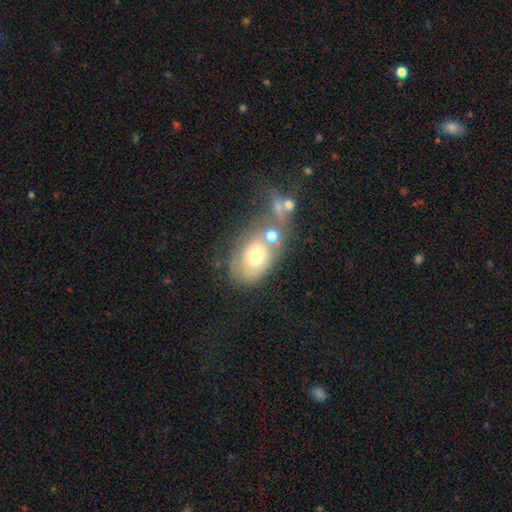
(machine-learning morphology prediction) A smooth galaxy with no disk features (57%) that is in between round and cigar-shaped (74%). Merging: merger (44%).